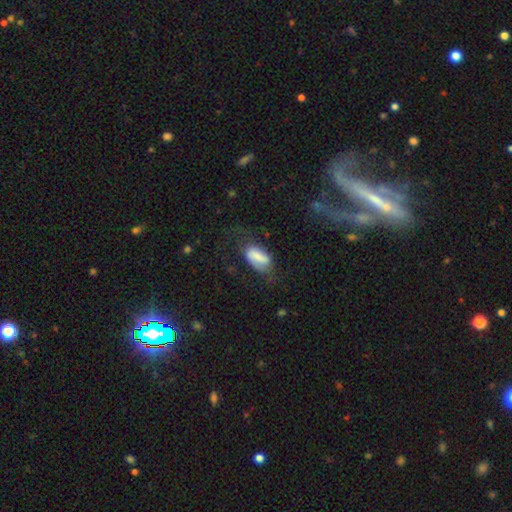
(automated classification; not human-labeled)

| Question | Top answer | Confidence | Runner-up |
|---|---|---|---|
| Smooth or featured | smooth | 63% | featured or disk (29%) |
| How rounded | in between | 88% | cigar-shaped (8%) |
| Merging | none | 42% | minor disturbance (28%) |